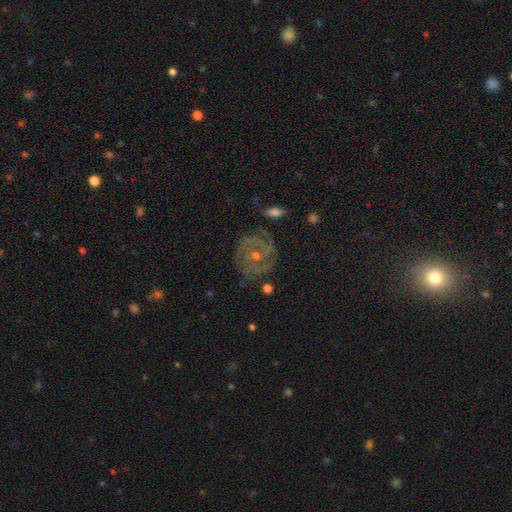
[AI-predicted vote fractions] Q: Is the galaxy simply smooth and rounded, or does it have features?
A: featured or disk — 83%.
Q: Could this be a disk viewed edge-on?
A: no — 98%.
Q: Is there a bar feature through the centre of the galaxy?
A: no — 66%.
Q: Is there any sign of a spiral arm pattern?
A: yes — 95%.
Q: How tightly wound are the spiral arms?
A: tight — 65%.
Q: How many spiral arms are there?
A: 3 — 32%.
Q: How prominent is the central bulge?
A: small — 59%.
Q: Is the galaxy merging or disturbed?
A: none — 78%.